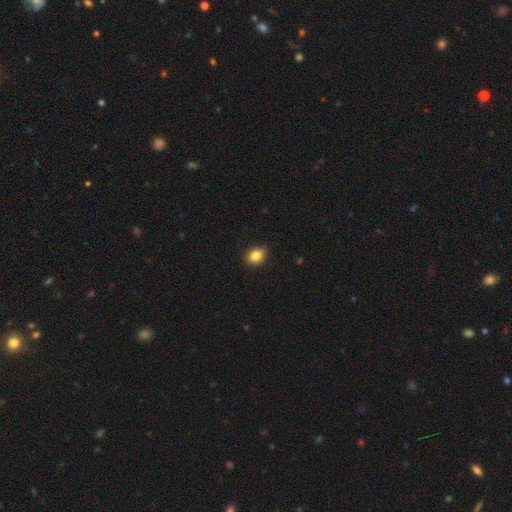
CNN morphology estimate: The model was most divided on "how rounded": in between: 56%, round: 42%, cigar-shaped: 1%. More confident: smooth or featured — smooth (83%); merging — none (77%).